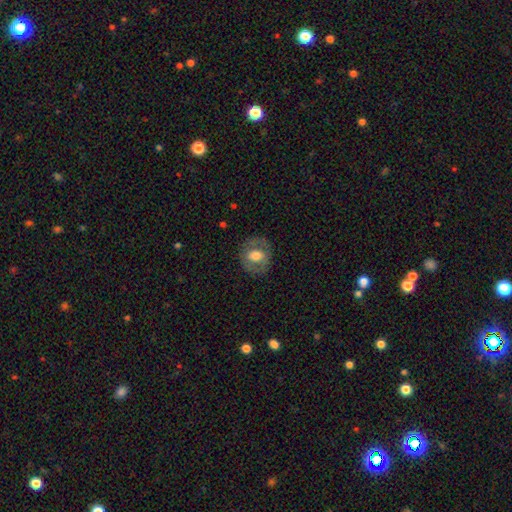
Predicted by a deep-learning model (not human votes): This is possibly a smooth galaxy (54%). How rounded: likely round (69%). Merging: likely none (79%).